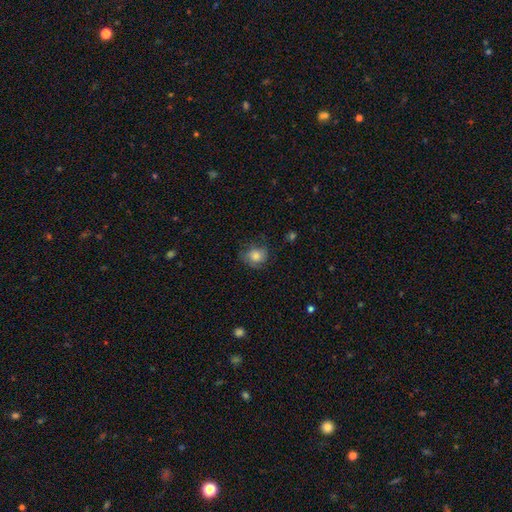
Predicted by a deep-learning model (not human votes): This is likely a smooth galaxy (73%). How rounded: likely round (70%). Merging: likely none (64%).